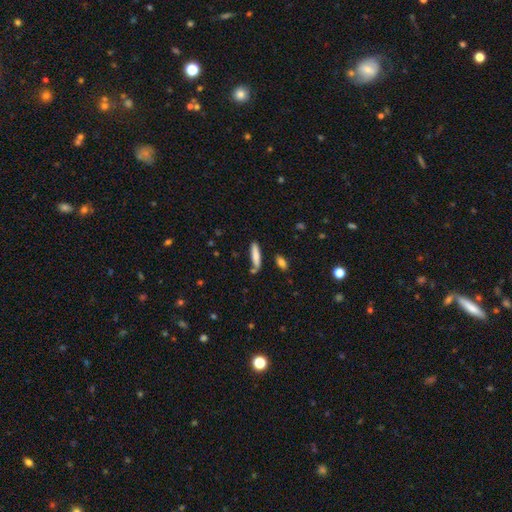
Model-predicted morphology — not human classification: This appears to be a smooth galaxy with no disk features (77%) that is cigar-shaped (79%). Merging: none (76%).